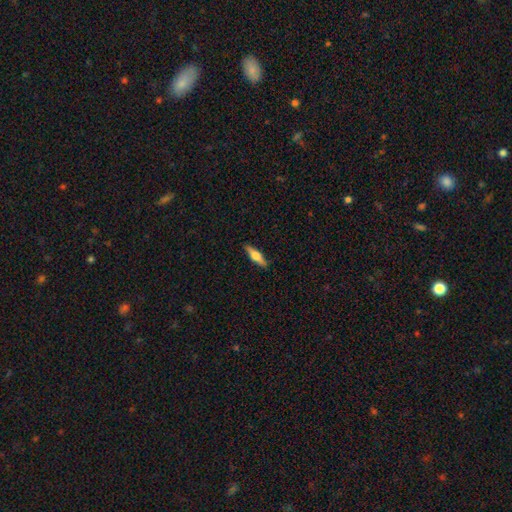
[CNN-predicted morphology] Smooth or featured: featured or disk — 53% (smooth — 41%)
Edge-on disk: yes — 95% (no — 5%)
Edge-on bulge: rounded — 92% (boxy — 5%)
Merging: none — 89% (minor disturbance — 8%)